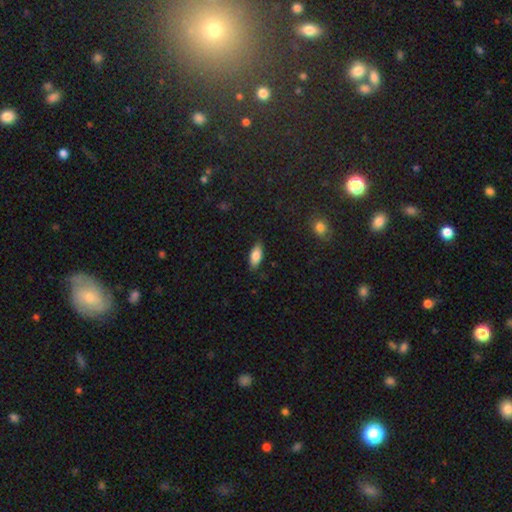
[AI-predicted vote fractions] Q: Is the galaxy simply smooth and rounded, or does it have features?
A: smooth — 83%.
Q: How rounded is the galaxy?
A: in between — 85%.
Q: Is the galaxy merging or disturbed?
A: none — 84%.